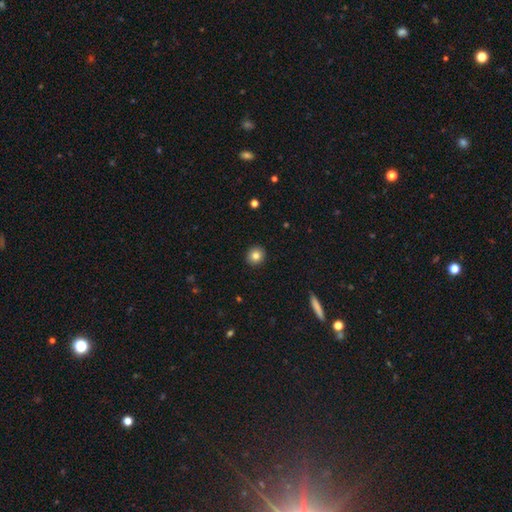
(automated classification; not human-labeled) smooth-or-featured: smooth: 83% | star or artifact: 10% | featured or disk: 8%
  how-rounded: round: 89% | in between: 10% | cigar-shaped: 1%
  merging: none: 92% | minor disturbance: 5% | major disturbance: 2% | merger: 1%